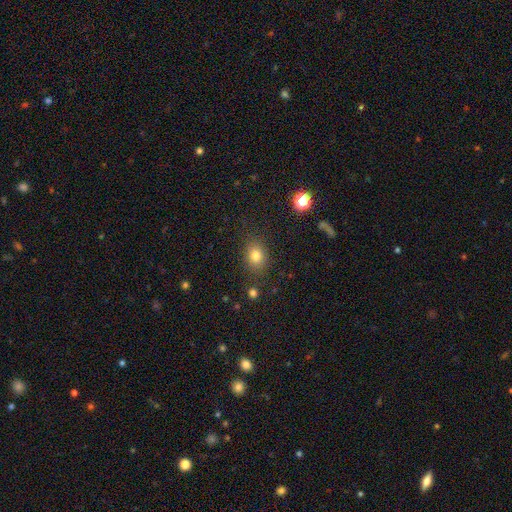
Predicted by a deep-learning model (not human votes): Smooth or featured? smooth (79%)
How rounded? in between (53%)
Merging? none (82%)